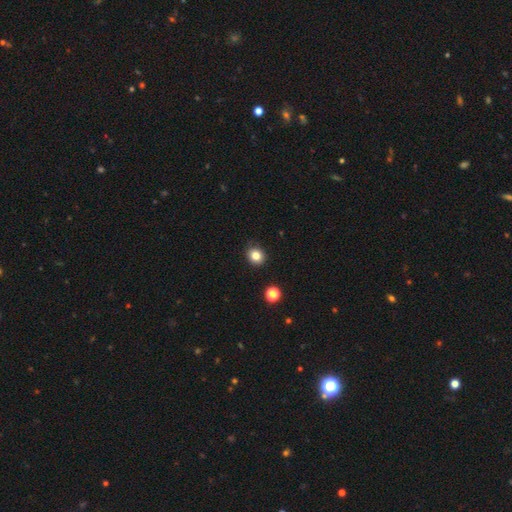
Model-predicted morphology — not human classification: Q: Smooth or featured?
A: smooth (82%); runner-up: star or artifact (12%)
Q: How rounded?
A: round (78%); runner-up: in between (21%)
Q: Merging?
A: none (87%); runner-up: minor disturbance (9%)